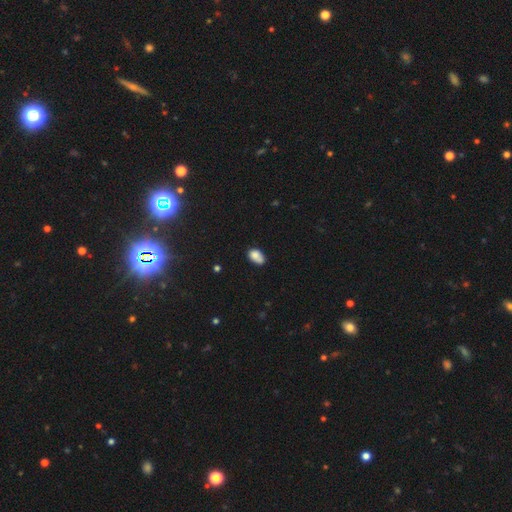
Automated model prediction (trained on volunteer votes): smooth-or-featured: smooth: 80% | featured or disk: 10% | star or artifact: 10%
  how-rounded: in between: 84% | round: 14% | cigar-shaped: 1%
  merging: none: 51% | minor disturbance: 30% | merger: 12% | major disturbance: 8%